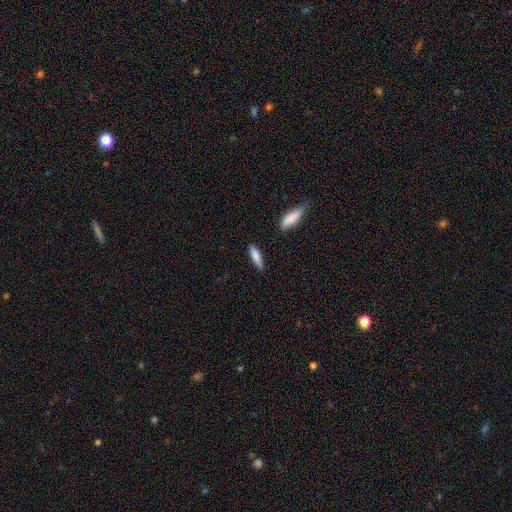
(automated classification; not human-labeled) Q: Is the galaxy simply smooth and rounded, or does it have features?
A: smooth — 81%.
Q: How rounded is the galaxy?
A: cigar-shaped — 60%.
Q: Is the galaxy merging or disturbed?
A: none — 80%.